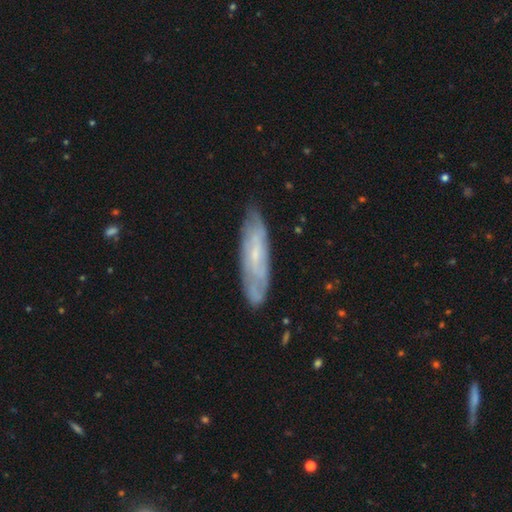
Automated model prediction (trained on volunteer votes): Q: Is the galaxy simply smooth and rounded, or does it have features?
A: featured or disk — 60%.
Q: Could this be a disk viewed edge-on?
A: no — 66%.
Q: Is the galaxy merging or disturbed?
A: none — 80%.